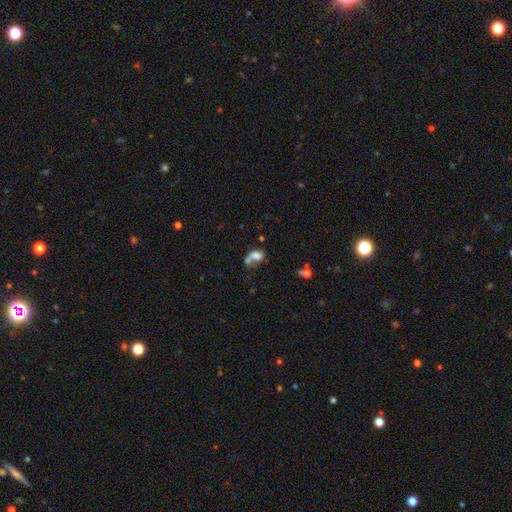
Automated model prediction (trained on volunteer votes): Morphology: type=smooth (69%); roundness=in between (72%); merging=merger (50%).